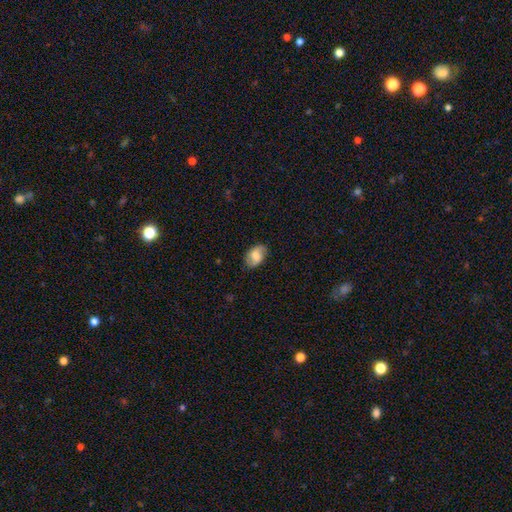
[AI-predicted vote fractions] A smooth galaxy with no disk features (56%) that is in between round and cigar-shaped (86%). Merging: none (78%).